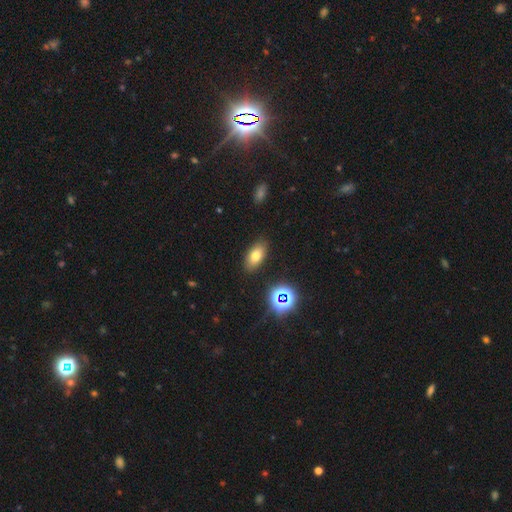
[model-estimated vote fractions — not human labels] Smooth or featured? smooth (71%)
How rounded? in between (88%)
Merging? none (86%)